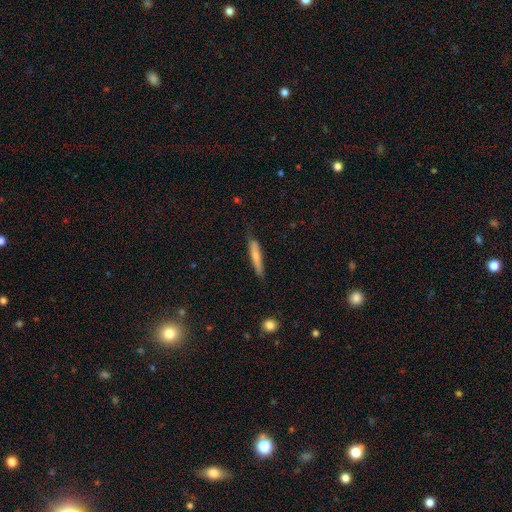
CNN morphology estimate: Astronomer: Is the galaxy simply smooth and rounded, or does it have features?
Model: smooth — 71%.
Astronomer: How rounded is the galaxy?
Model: cigar-shaped — 91%.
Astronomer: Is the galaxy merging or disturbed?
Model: none — 71%.